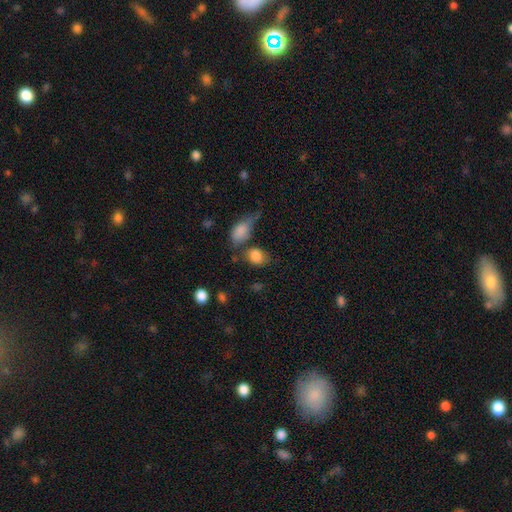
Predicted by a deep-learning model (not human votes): A smooth galaxy with no disk features (84%) that is in between round and cigar-shaped (55%). Merging: none (51%).